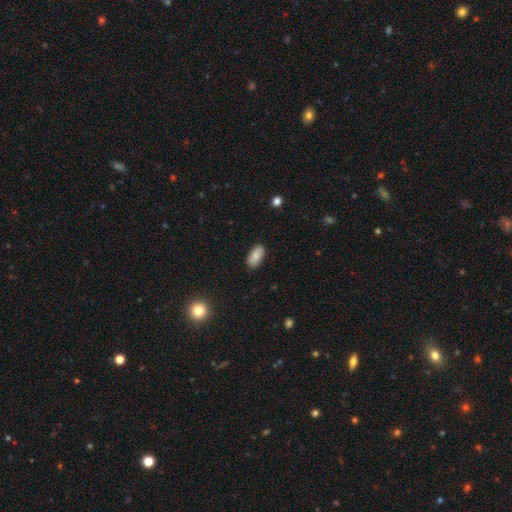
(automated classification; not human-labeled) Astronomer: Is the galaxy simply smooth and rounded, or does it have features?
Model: smooth — 79%.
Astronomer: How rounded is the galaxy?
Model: in between — 94%.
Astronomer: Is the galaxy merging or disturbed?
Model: none — 86%.